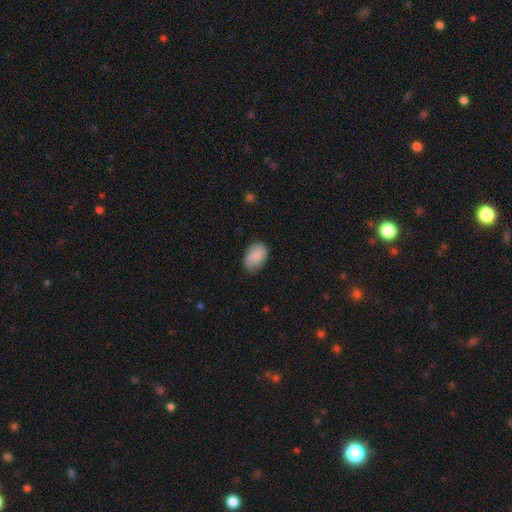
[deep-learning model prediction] A smooth galaxy with no disk features (82%) that is in between round and cigar-shaped (88%). Merging: none (69%).